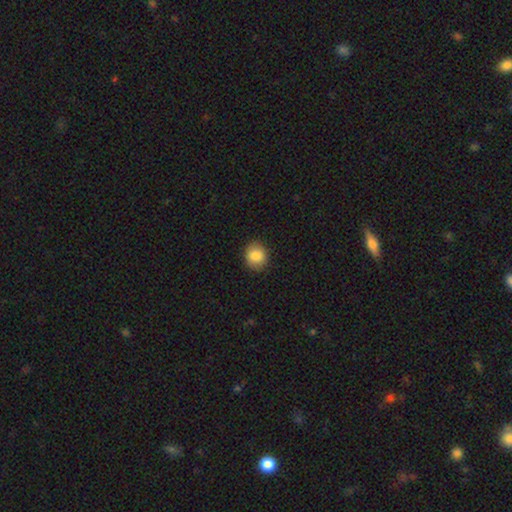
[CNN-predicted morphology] The model was most divided on "how rounded": round: 78%, in between: 21%, cigar-shaped: 1%. More confident: merging — none (87%); smooth or featured — smooth (86%).